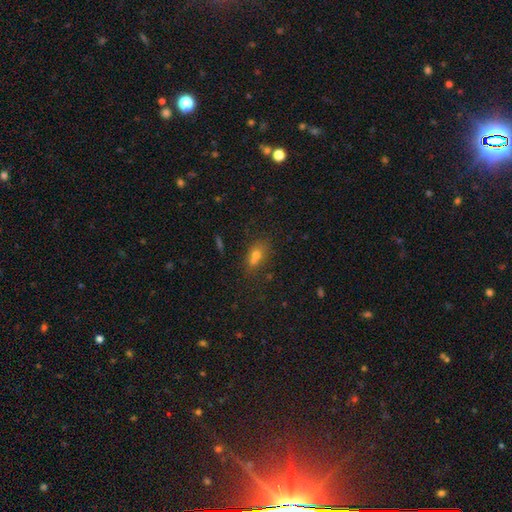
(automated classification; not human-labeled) This appears to be a smooth galaxy with no disk features (64%) that is in between round and cigar-shaped (59%). Merging: none (49%).